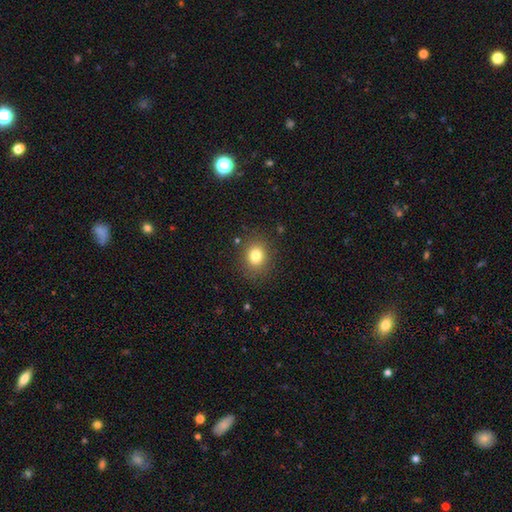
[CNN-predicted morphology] This appears to be a smooth galaxy with no disk features (79%) that is round (72%). Merging: none (86%).